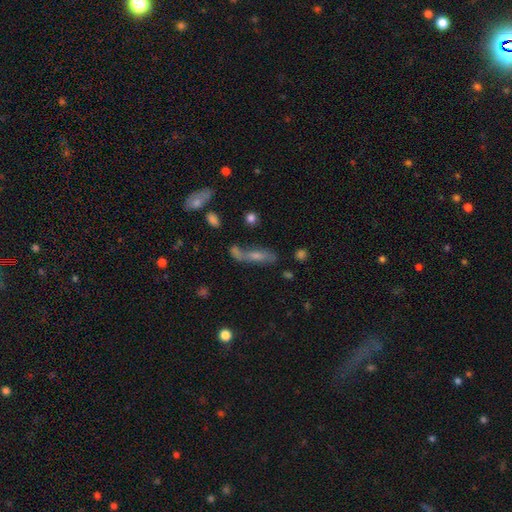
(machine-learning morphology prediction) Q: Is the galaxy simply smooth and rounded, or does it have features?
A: smooth — 48%.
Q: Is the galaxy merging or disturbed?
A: none — 46%.